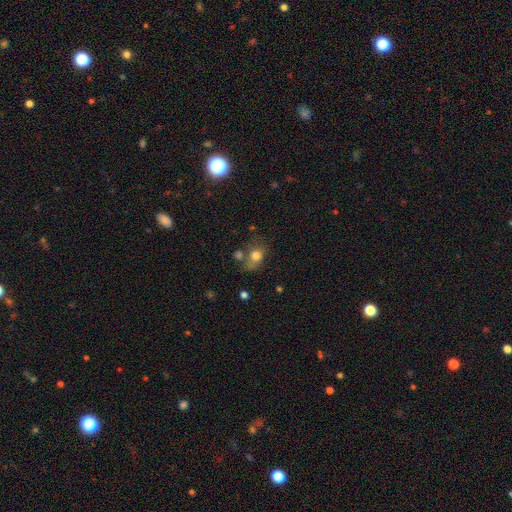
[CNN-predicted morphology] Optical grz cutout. It shows a smooth galaxy with no disk features (74%) that is in between round and cigar-shaped (52%). Merging: none (45%).